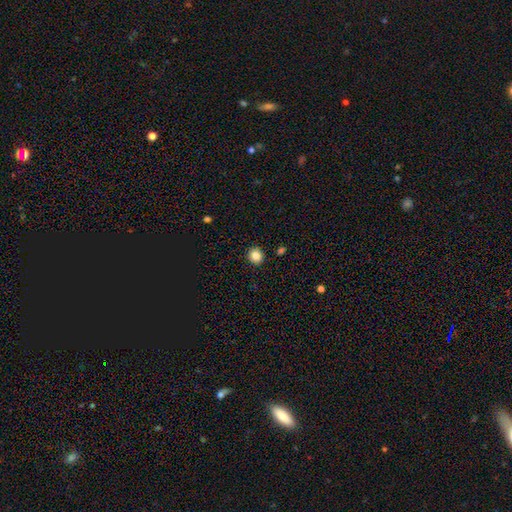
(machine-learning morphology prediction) Smooth or featured?
  - smooth: 84% *
  - star or artifact: 11%
  - featured or disk: 6%
How rounded?
  - round: 89% *
  - in between: 11%
  - cigar-shaped: 1%
Merging?
  - none: 92% *
  - minor disturbance: 5%
  - major disturbance: 2%
  - merger: 1%